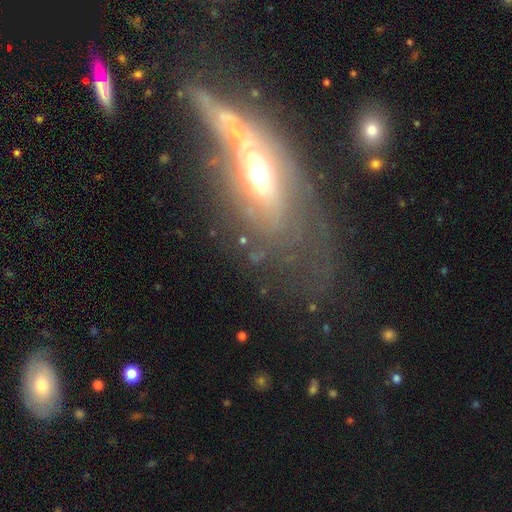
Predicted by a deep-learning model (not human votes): This appears to be a featured or disk galaxy (61%). Merging: none (38%).